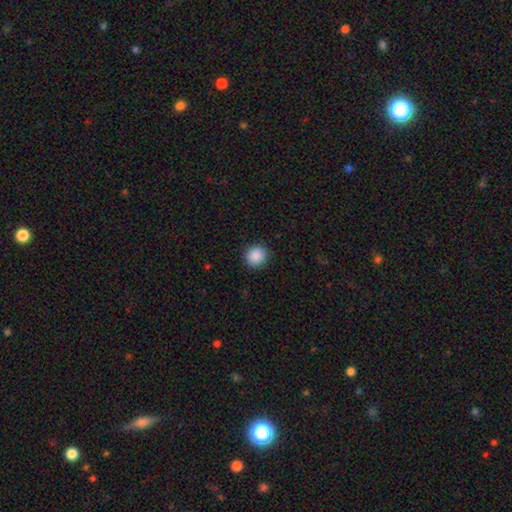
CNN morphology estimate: Smooth or featured: smooth — 89% (star or artifact — 9%)
How rounded: round — 89% (in between — 10%)
Merging: none — 90% (minor disturbance — 7%)